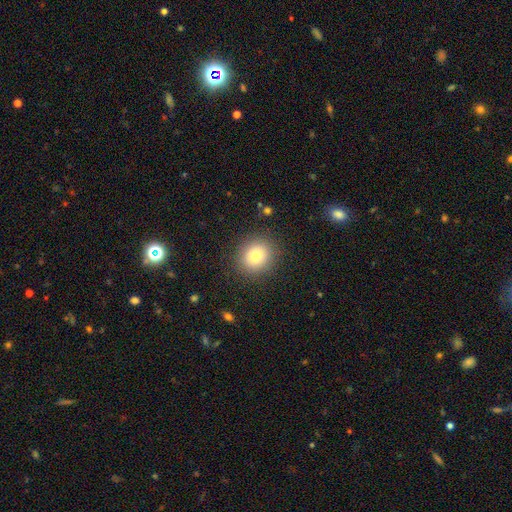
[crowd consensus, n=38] A smooth galaxy with no disk features (82%) that is round (74%).

Vote fractions:
- Smooth or featured? smooth: 82% / star or artifact: 11% / featured or disk: 8%
- How rounded? round: 74% / in between: 26% / cigar-shaped: 0%
- Merging? none: 94% / minor disturbance: 6% / major disturbance: 0% / merger: 0%